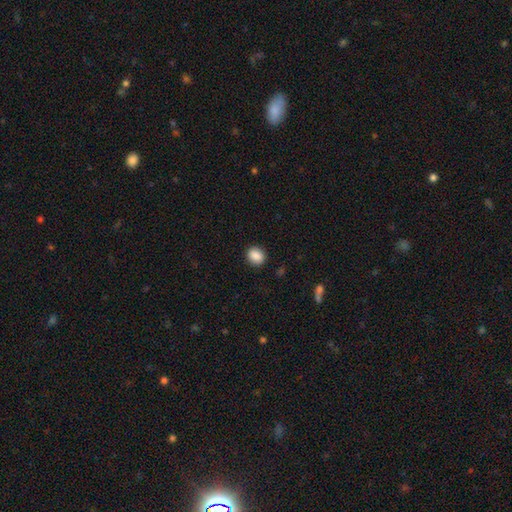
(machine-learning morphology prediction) smooth 88%, star or artifact 8%, featured or disk 3%. Down the decision tree: how rounded — round (69%); merging — none (90%).